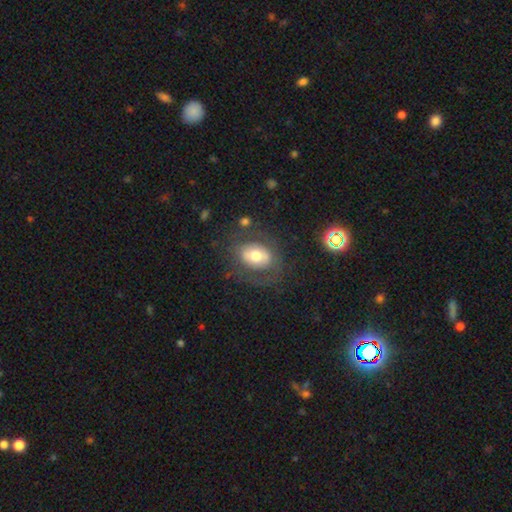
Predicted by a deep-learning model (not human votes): smooth_or_featured: smooth (p=0.52) [alt: featured or disk p=0.39]
how_rounded: in between (p=0.67) [alt: round p=0.32]
merging: none (p=0.68) [alt: minor disturbance p=0.17]